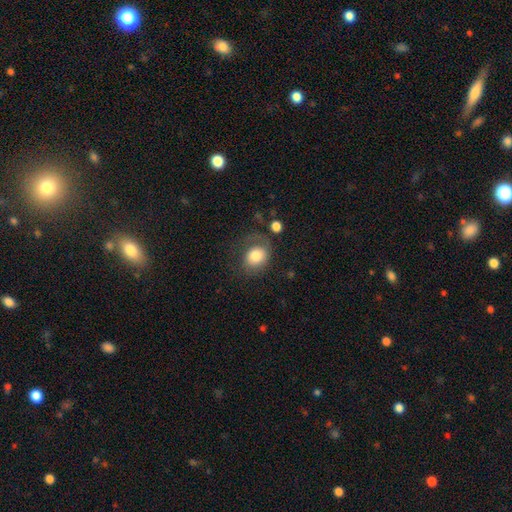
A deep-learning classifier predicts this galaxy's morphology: Q: Smooth or featured?
A: smooth (74%); runner-up: featured or disk (18%)
Q: How rounded?
A: round (61%); runner-up: in between (38%)
Q: Merging?
A: none (51%); runner-up: minor disturbance (23%)